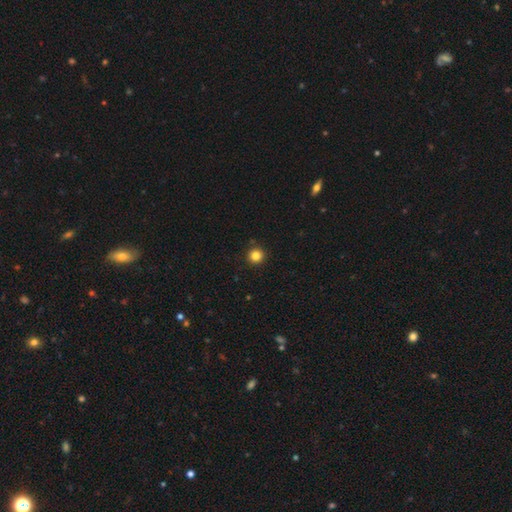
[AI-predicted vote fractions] smooth_or_featured: smooth (p=0.84) [alt: star or artifact p=0.12]
how_rounded: round (p=0.95) [alt: in between p=0.04]
merging: none (p=0.92) [alt: minor disturbance p=0.05]